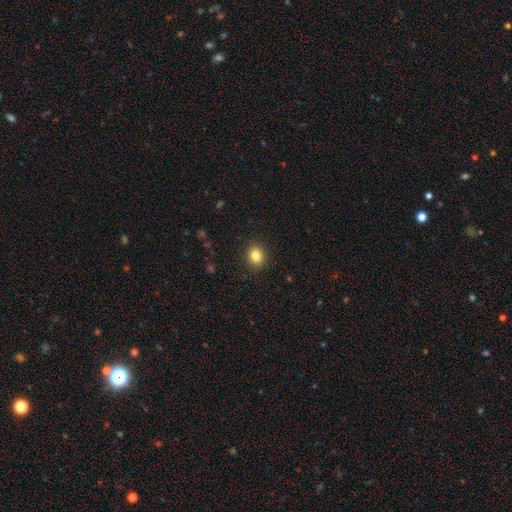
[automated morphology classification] Smooth or featured?
  - smooth: 84% *
  - star or artifact: 10%
  - featured or disk: 6%
How rounded?
  - round: 61% *
  - in between: 38%
  - cigar-shaped: 1%
Merging?
  - none: 89% *
  - minor disturbance: 8%
  - major disturbance: 2%
  - merger: 1%